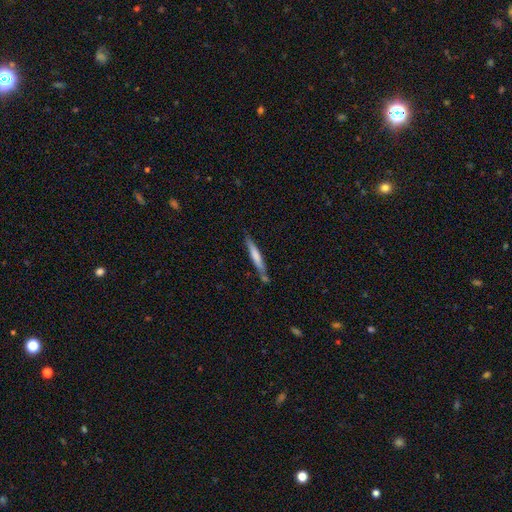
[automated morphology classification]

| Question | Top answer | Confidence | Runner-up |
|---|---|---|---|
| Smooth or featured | smooth | 62% | featured or disk (32%) |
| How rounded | cigar-shaped | 94% | in between (4%) |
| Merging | none | 75% | minor disturbance (15%) |